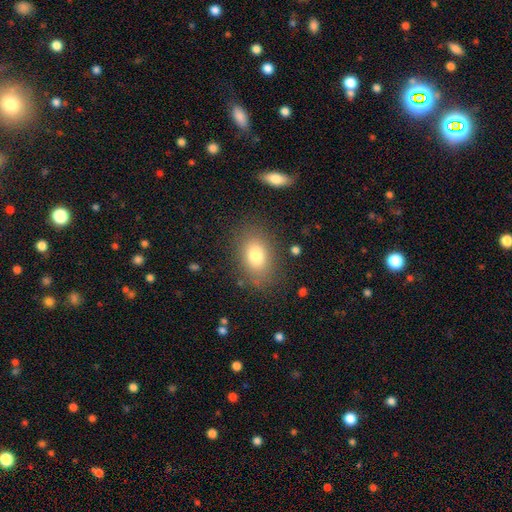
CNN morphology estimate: The model was most divided on "how rounded": in between: 82%, round: 16%, cigar-shaped: 2%. More confident: merging — none (82%); smooth or featured — smooth (79%).